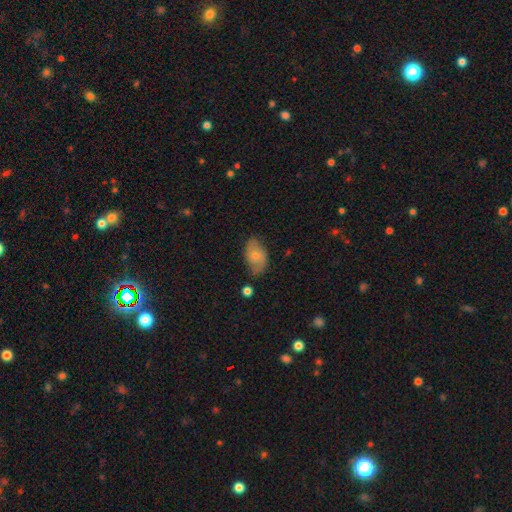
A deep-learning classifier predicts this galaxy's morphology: The model was most divided on "smooth or featured": smooth: 64%, featured or disk: 29%, star or artifact: 7%. More confident: how rounded — in between (90%); merging — none (66%).